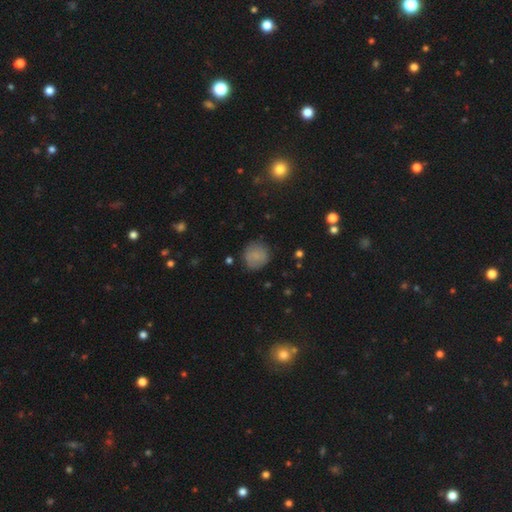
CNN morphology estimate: Smooth or featured? smooth (80%)
How rounded? round (88%)
Merging? none (79%)